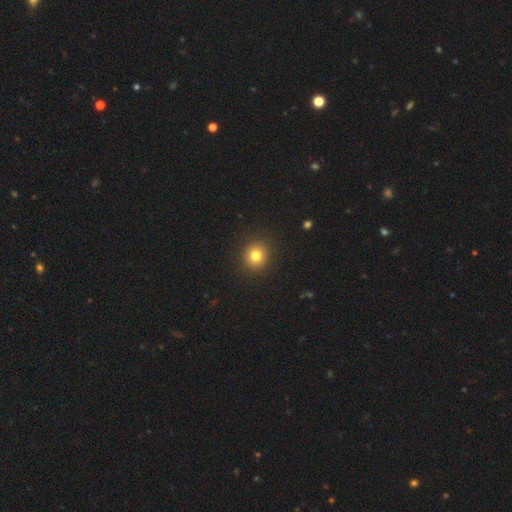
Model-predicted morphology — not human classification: A smooth galaxy with no disk features (81%) that is round (89%).

Vote fractions:
- Smooth or featured? smooth: 81% / star or artifact: 13% / featured or disk: 7%
- How rounded? round: 89% / in between: 10% / cigar-shaped: 1%
- Merging? none: 92% / minor disturbance: 5% / major disturbance: 2% / merger: 1%